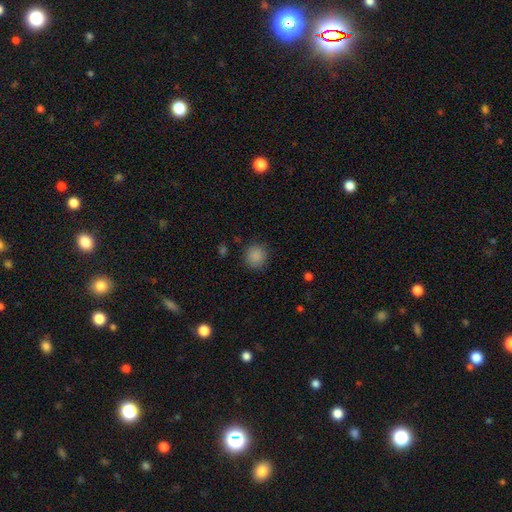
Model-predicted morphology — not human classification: This appears to be a smooth galaxy with no disk features (87%) that is round (89%). Merging: none (88%).